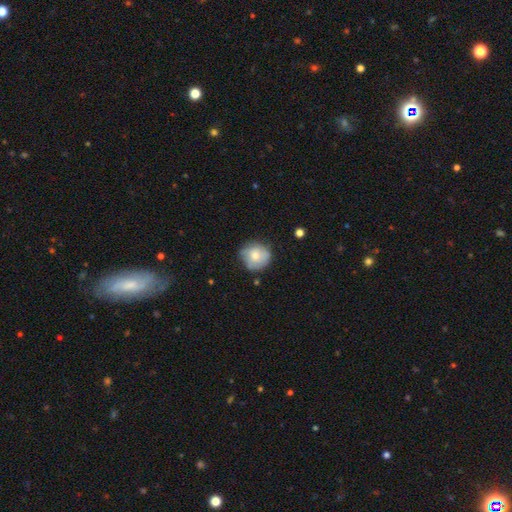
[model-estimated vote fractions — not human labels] smooth 68%, featured or disk 24%, star or artifact 8%. Down the decision tree: how rounded — round (88%); merging — none (69%).